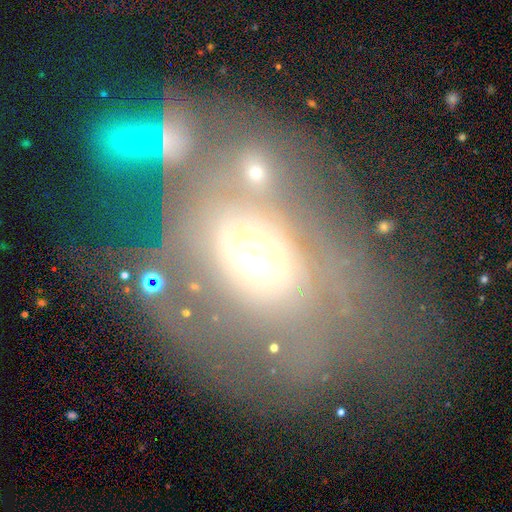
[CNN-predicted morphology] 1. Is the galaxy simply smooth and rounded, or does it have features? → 57% featured or disk, 29% smooth, 14% star or artifact.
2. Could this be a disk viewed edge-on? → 94% no, 6% yes.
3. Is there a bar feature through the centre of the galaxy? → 74% no, 19% weak, 8% strong.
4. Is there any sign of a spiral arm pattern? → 53% no, 47% yes.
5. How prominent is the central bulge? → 57% moderate, 18% small, 18% large, 4% dominant, 3% none.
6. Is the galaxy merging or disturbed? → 33% merger, 27% major disturbance, 26% none, 14% minor disturbance.